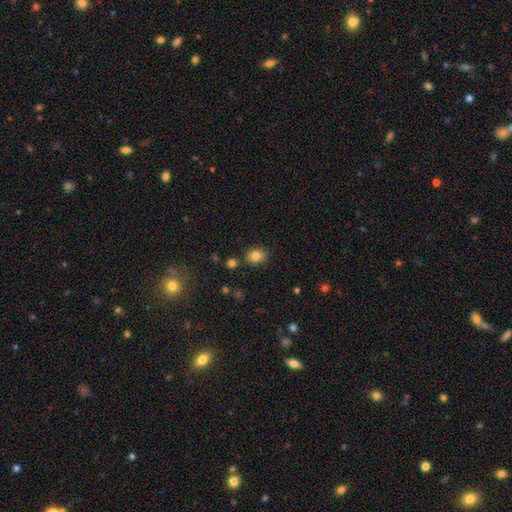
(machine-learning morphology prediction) Smooth or featured?
  - smooth: 81% *
  - star or artifact: 11%
  - featured or disk: 8%
How rounded?
  - round: 57% *
  - in between: 42%
  - cigar-shaped: 1%
Merging?
  - none: 82% *
  - minor disturbance: 11%
  - merger: 4%
  - major disturbance: 3%